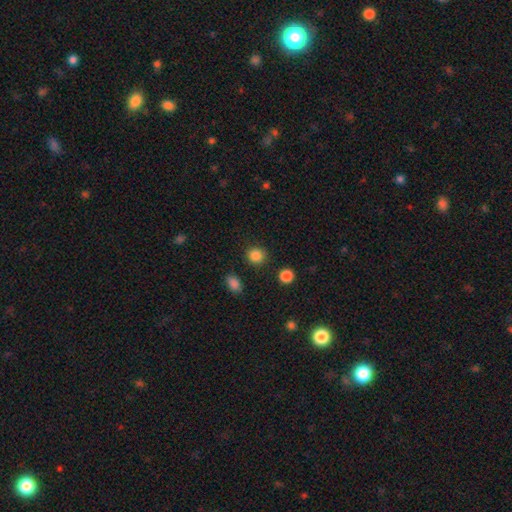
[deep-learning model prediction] Q: Smooth or featured?
A: smooth (86%); runner-up: star or artifact (10%)
Q: How rounded?
A: round (88%); runner-up: in between (11%)
Q: Merging?
A: none (89%); runner-up: minor disturbance (6%)